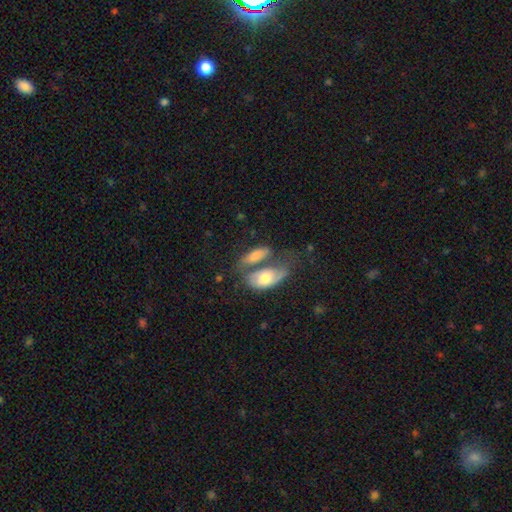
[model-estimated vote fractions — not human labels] Smooth or featured? smooth (70%)
How rounded? in between (82%)
Merging? merger (49%)